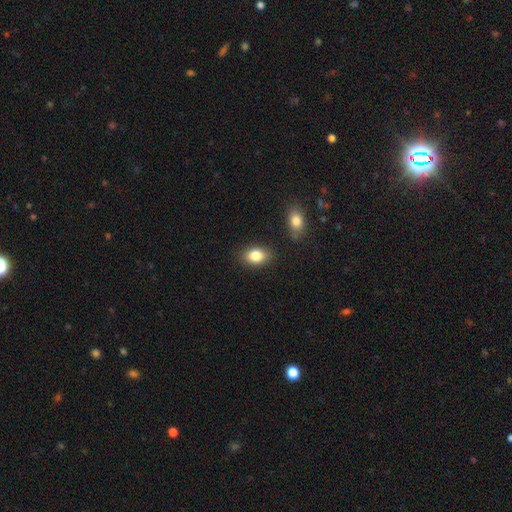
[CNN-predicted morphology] The model was most divided on "how rounded": in between: 80%, round: 19%, cigar-shaped: 2%. More confident: merging — none (84%); smooth or featured — smooth (84%).